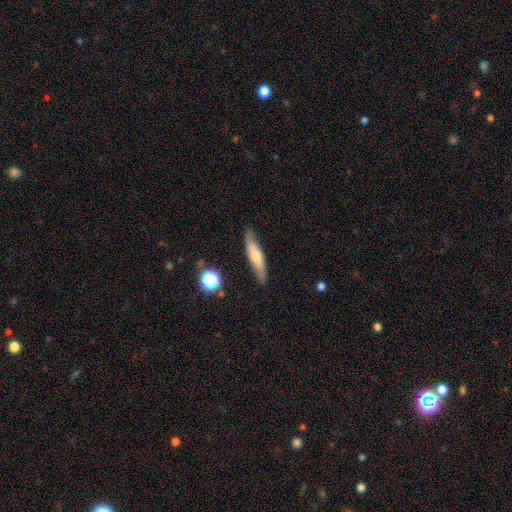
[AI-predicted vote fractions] This is possibly a smooth galaxy (53%). How rounded: clearly cigar-shaped (81%). Merging: likely none (80%).